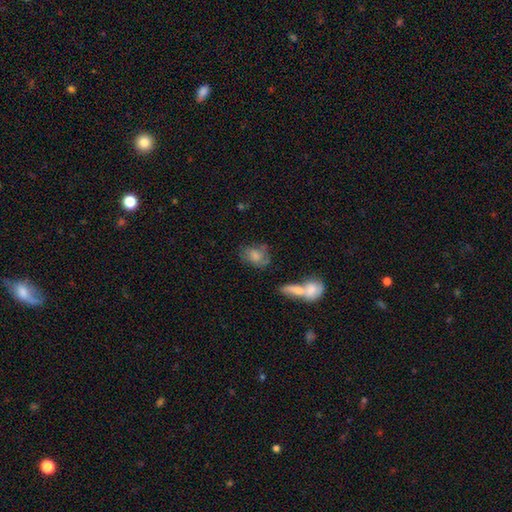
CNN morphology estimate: This is likely a smooth galaxy (69%). How rounded: likely in between (72%). Merging: possibly none (46%).